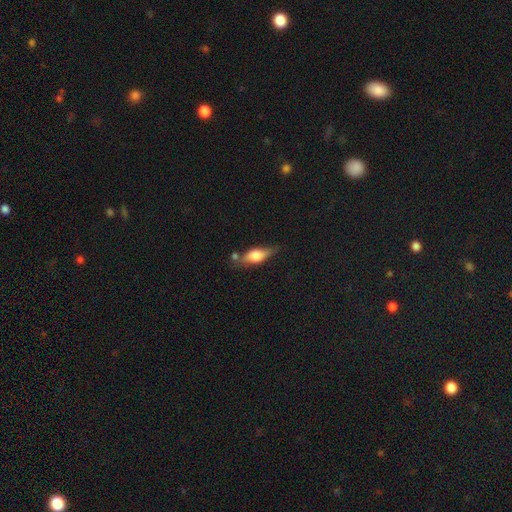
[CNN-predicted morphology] type=smooth (55%); roundness=in between (67%); merging=none (59%).